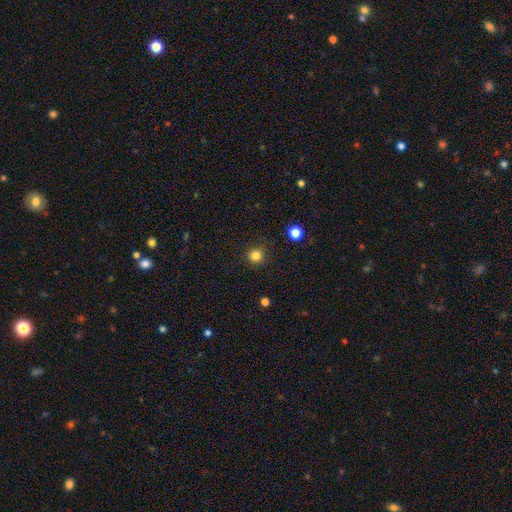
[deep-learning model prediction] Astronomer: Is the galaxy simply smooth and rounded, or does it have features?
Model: smooth — 83%.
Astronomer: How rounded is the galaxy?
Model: round — 95%.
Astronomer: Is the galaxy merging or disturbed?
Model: none — 90%.